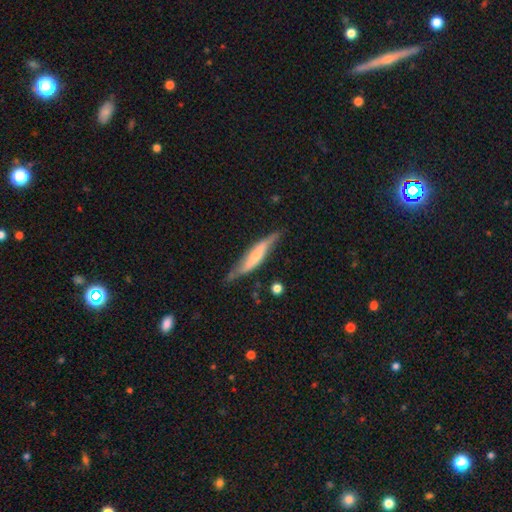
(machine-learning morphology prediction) type=featured or disk (52%); edge-on=yes (71%); merging=none (63%).